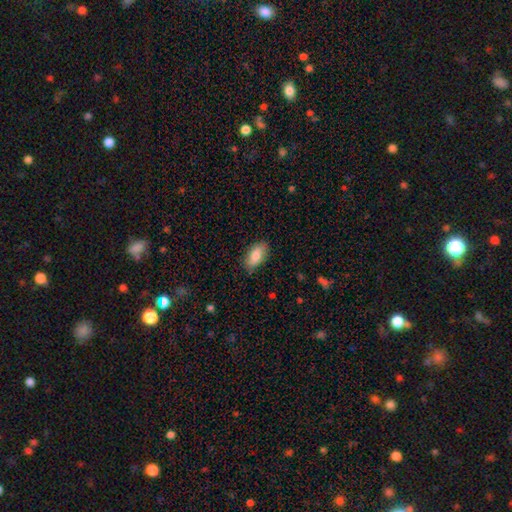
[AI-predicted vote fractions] This is clearly a smooth galaxy (84%). How rounded: clearly in between (91%). Merging: clearly none (84%).